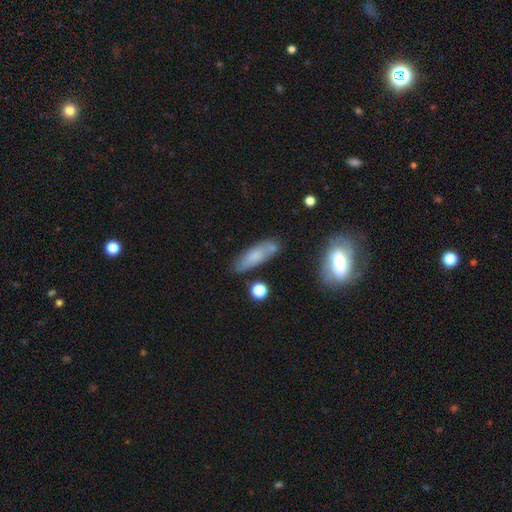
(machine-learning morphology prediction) Smooth or featured? smooth (64%)
How rounded? cigar-shaped (51%)
Merging? none (66%)